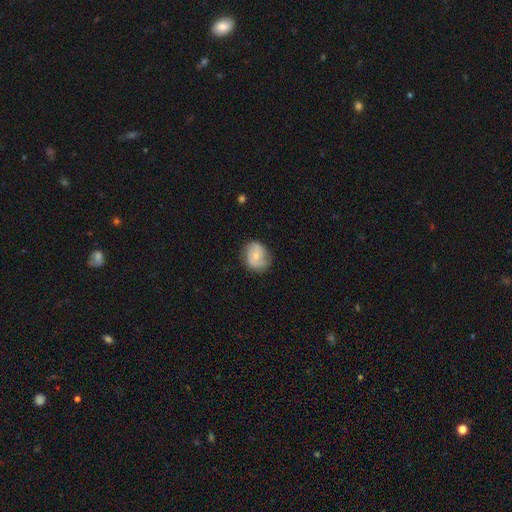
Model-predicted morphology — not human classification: type=featured or disk (48%); merging=none (68%).